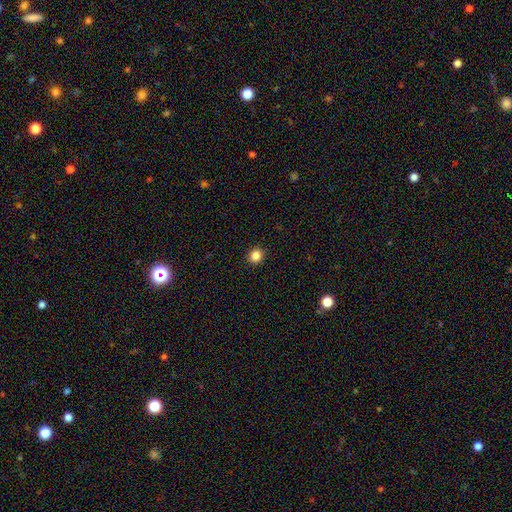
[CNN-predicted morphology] Smooth or featured? Predicted: smooth (p=0.85). How rounded? Predicted: round (p=0.86). Merging? Predicted: none (p=0.92).